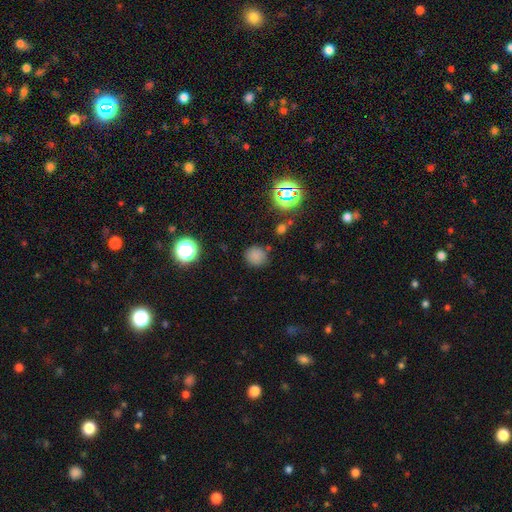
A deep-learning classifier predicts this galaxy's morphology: smooth-or-featured: smooth: 75% | star or artifact: 20% | featured or disk: 5%
  how-rounded: round: 89% | in between: 10% | cigar-shaped: 1%
  merging: none: 83% | minor disturbance: 11% | major disturbance: 4% | merger: 3%